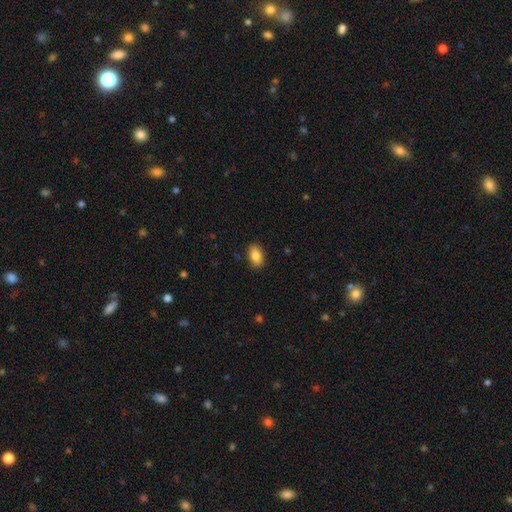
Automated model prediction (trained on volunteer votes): Smooth or featured?
  - smooth: 85% *
  - star or artifact: 8%
  - featured or disk: 7%
How rounded?
  - in between: 89% *
  - round: 9%
  - cigar-shaped: 2%
Merging?
  - none: 89% *
  - minor disturbance: 8%
  - major disturbance: 2%
  - merger: 1%